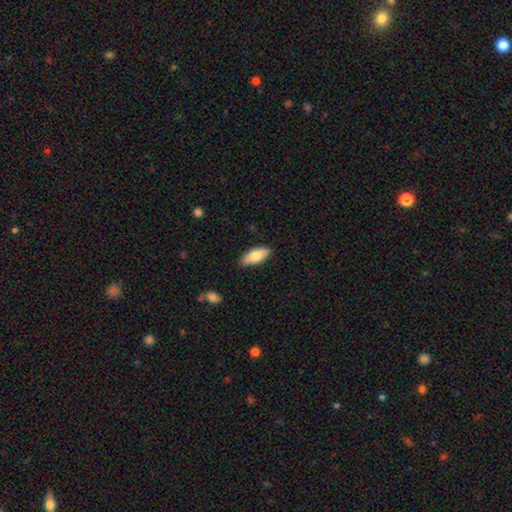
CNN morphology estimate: This appears to be a smooth galaxy with no disk features (79%) that is in between round and cigar-shaped (86%). Merging: none (84%).